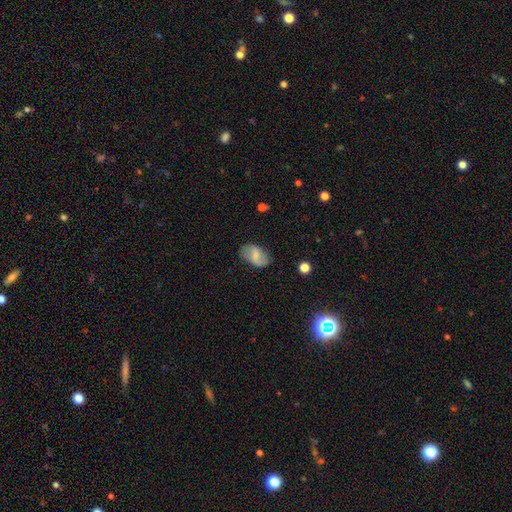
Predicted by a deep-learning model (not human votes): Smooth or featured?
  - smooth: 50% *
  - featured or disk: 42%
  - star or artifact: 8%
Merging?
  - none: 77% *
  - minor disturbance: 17%
  - major disturbance: 5%
  - merger: 2%